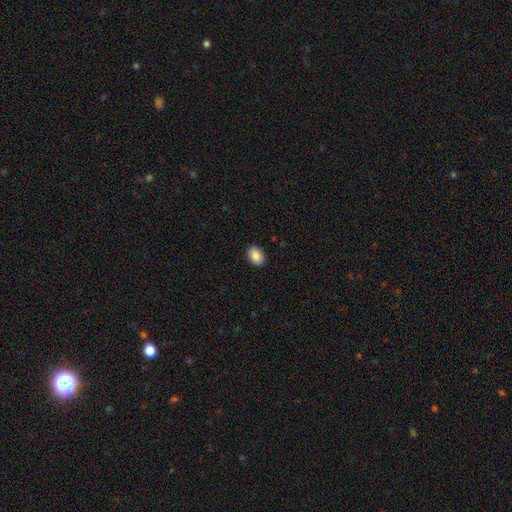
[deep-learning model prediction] Smooth or featured?
  - smooth: 89% *
  - star or artifact: 7%
  - featured or disk: 4%
How rounded?
  - in between: 79% *
  - round: 19%
  - cigar-shaped: 1%
Merging?
  - none: 90% *
  - minor disturbance: 7%
  - major disturbance: 2%
  - merger: 1%